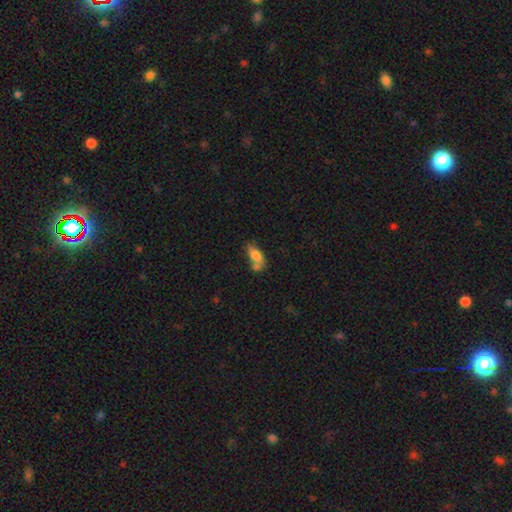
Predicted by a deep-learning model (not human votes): This is likely a smooth galaxy (73%). How rounded: clearly in between (82%). Merging: marginally none (37%).